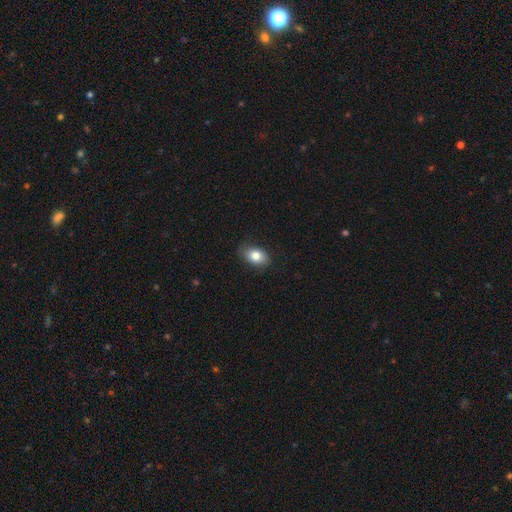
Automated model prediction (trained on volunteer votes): Smooth or featured? Predicted: smooth (p=0.81). How rounded? Predicted: in between (p=0.85). Merging? Predicted: none (p=0.82).